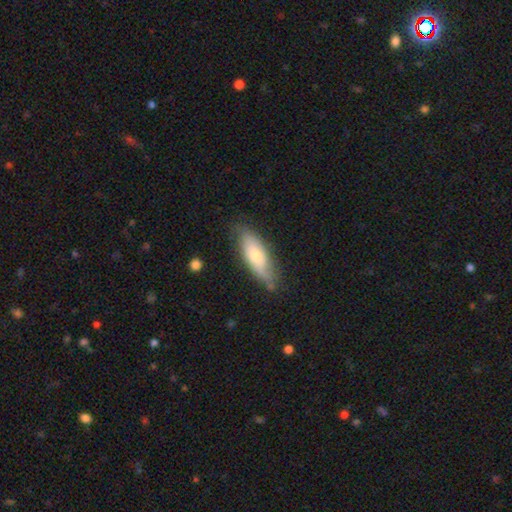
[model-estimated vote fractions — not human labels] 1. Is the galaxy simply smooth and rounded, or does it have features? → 61% smooth, 33% featured or disk, 6% star or artifact.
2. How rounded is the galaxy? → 64% in between, 34% cigar-shaped, 2% round.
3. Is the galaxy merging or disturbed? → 70% none, 24% minor disturbance, 4% major disturbance, 2% merger.